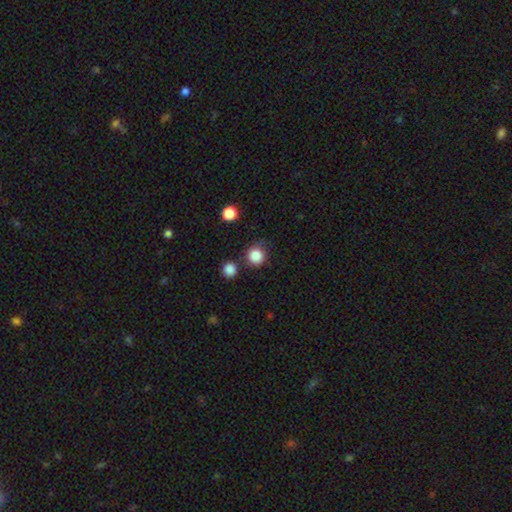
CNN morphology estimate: The model was most divided on "merging": none: 73%, minor disturbance: 13%, merger: 8%, major disturbance: 5%. More confident: how rounded — round (92%); smooth or featured — smooth (86%).